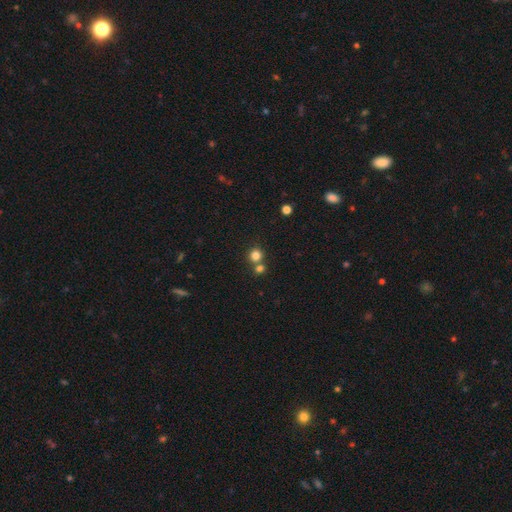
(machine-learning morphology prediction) This is clearly a smooth galaxy (80%). How rounded: clearly round (90%). Merging: likely none (62%).